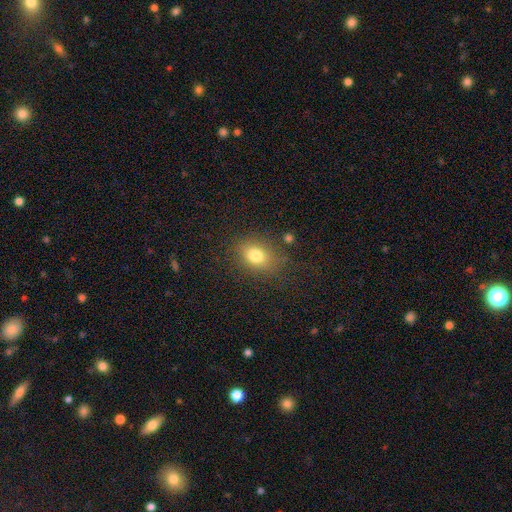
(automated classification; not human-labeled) A smooth galaxy with no disk features (79%) that is in between round and cigar-shaped (64%).

Vote fractions:
- Smooth or featured? smooth: 79% / star or artifact: 12% / featured or disk: 9%
- How rounded? in between: 64% / round: 34% / cigar-shaped: 2%
- Merging? none: 76% / minor disturbance: 15% / major disturbance: 6% / merger: 2%